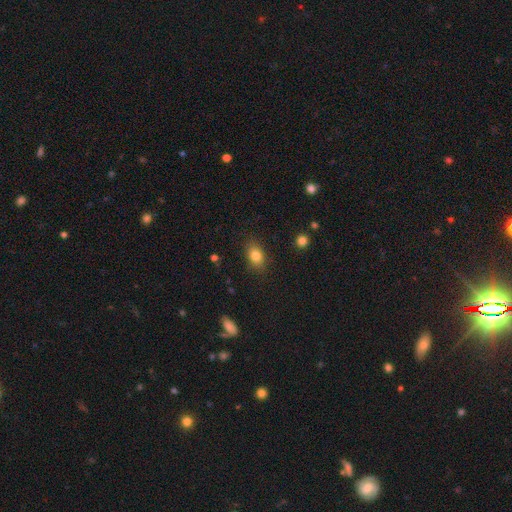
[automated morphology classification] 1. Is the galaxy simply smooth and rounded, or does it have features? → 81% smooth, 10% star or artifact, 9% featured or disk.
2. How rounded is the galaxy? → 78% in between, 20% round, 2% cigar-shaped.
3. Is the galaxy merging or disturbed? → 85% none, 11% minor disturbance, 3% major disturbance, 1% merger.